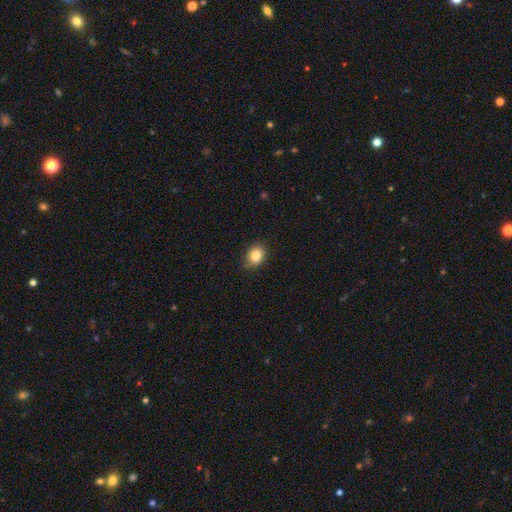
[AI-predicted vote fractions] Smooth or featured? Predicted: smooth (p=0.83). How rounded? Predicted: round (p=0.61). Merging? Predicted: none (p=0.83).